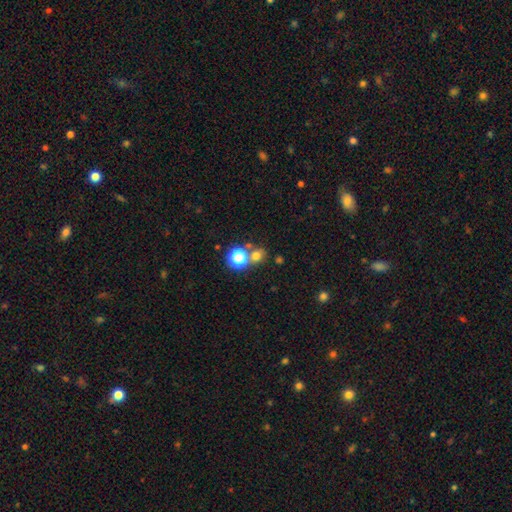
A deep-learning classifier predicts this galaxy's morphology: A smooth galaxy with no disk features (66%) that is round (81%).

Vote fractions:
- Smooth or featured? smooth: 66% / star or artifact: 26% / featured or disk: 8%
- How rounded? round: 81% / in between: 18% / cigar-shaped: 1%
- Merging? none: 63% / merger: 25% / minor disturbance: 8% / major disturbance: 4%